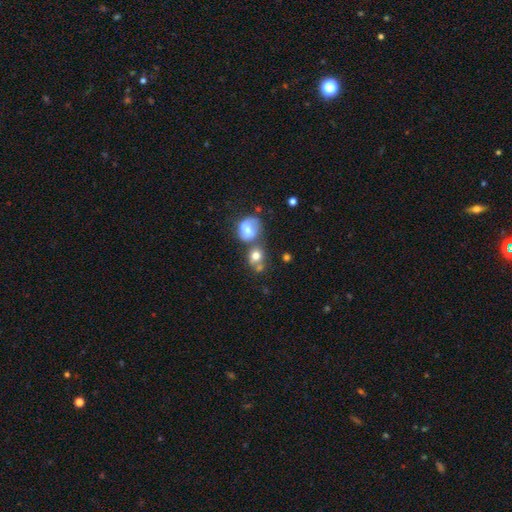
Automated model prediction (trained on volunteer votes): A smooth galaxy with no disk features (70%) that is round (67%).

Vote fractions:
- Smooth or featured? smooth: 70% / featured or disk: 20% / star or artifact: 10%
- How rounded? round: 67% / in between: 32% / cigar-shaped: 1%
- Merging? merger: 45% / none: 37% / minor disturbance: 12% / major disturbance: 6%